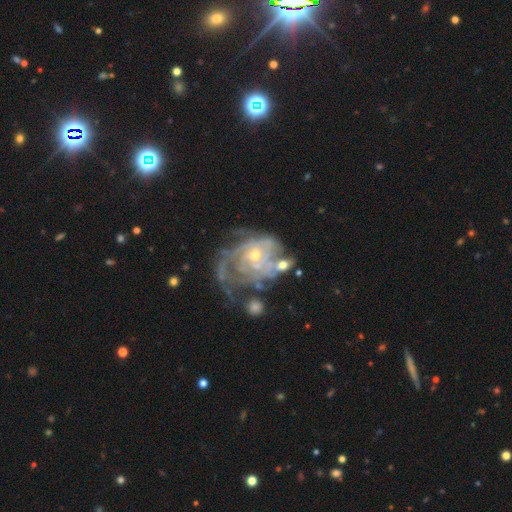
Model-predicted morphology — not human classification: The model was most divided on "merging": none: 33%, major disturbance: 31%, minor disturbance: 20%, merger: 15%. Remaining: edge-on disk — no (97%); spiral arms — yes (87%); smooth or featured — featured or disk (85%); bar — no (74%); bulge size — small (63%); spiral winding — tight (61%); spiral arm count — can't tell (46%).